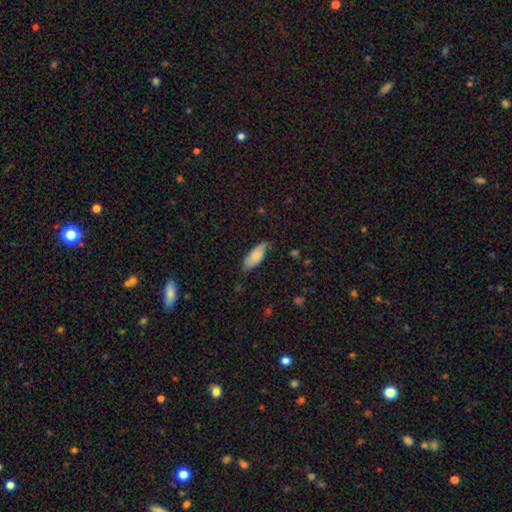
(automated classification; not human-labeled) This appears to be a smooth galaxy with no disk features (77%) that is in between round and cigar-shaped (83%). Merging: none (61%).